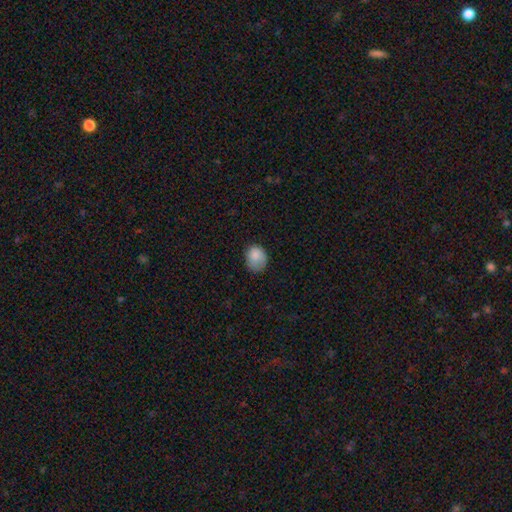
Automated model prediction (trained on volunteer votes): A smooth galaxy with no disk features (84%) that is in between round and cigar-shaped (53%). Merging: none (57%).